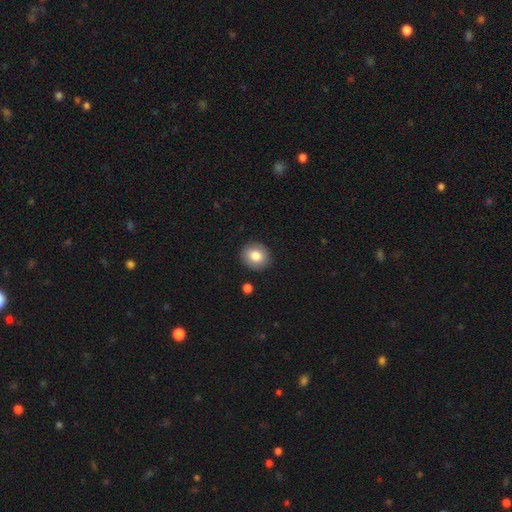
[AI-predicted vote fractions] smooth-or-featured: smooth: 82% | featured or disk: 10% | star or artifact: 8%
  how-rounded: round: 81% | in between: 18% | cigar-shaped: 1%
  merging: none: 90% | minor disturbance: 7% | major disturbance: 2% | merger: 1%